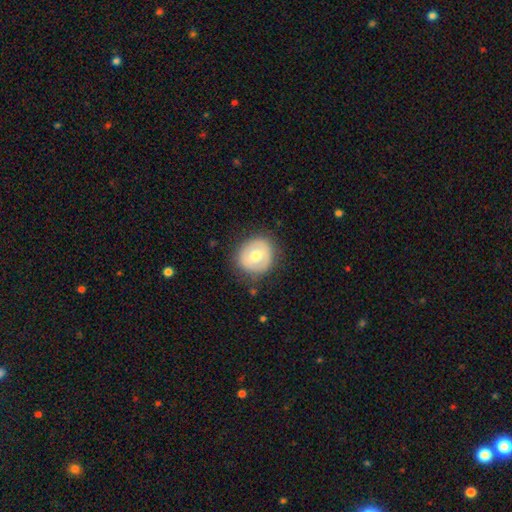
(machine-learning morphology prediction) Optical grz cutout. It shows a smooth galaxy with no disk features (58%) that is round (84%). Merging: none (81%).